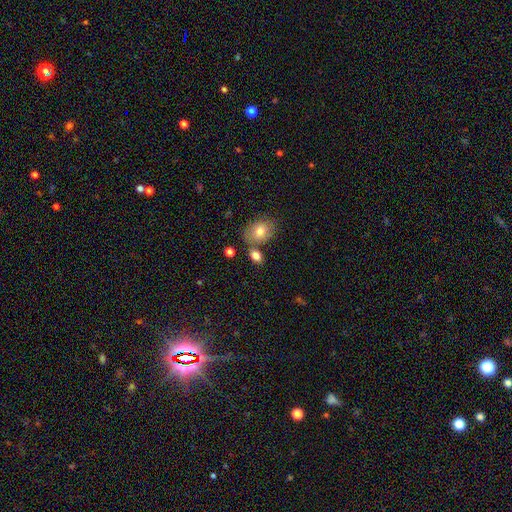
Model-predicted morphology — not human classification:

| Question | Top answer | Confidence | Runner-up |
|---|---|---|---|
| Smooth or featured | smooth | 80% | featured or disk (11%) |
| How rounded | in between | 78% | round (20%) |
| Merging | none | 60% | merger (23%) |